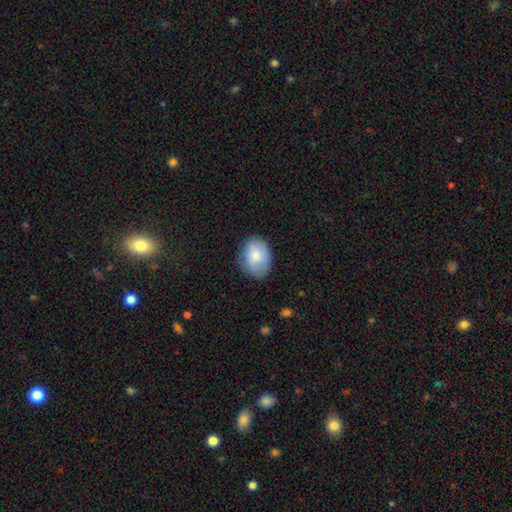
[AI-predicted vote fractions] This is clearly a smooth galaxy (80%). How rounded: likely in between (71%). Merging: likely none (77%).